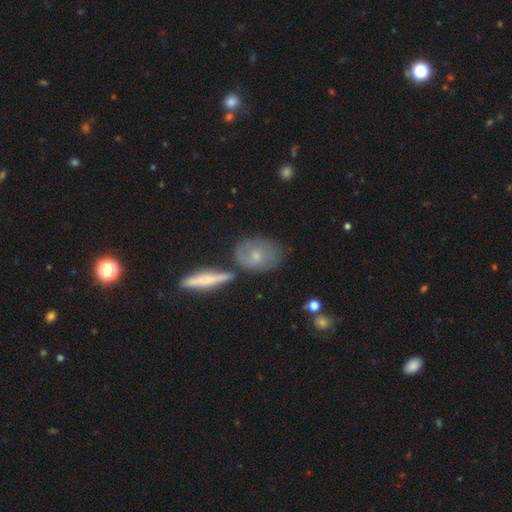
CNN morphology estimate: This appears to be a smooth galaxy with no disk features (47%). Merging: none (60%).